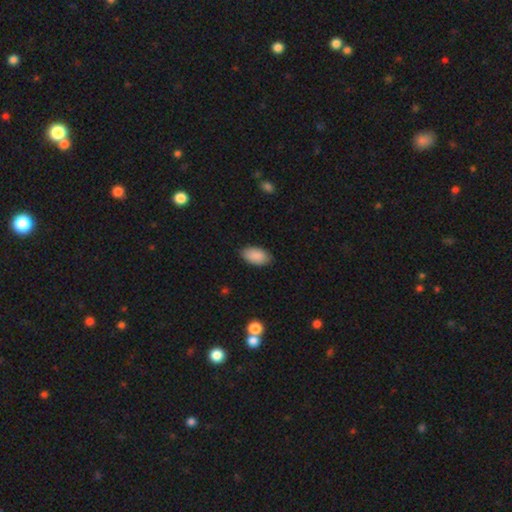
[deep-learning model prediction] smooth_or_featured: smooth (p=0.90) [alt: star or artifact p=0.06]
how_rounded: in between (p=0.95) [alt: round p=0.03]
merging: none (p=0.84) [alt: minor disturbance p=0.12]